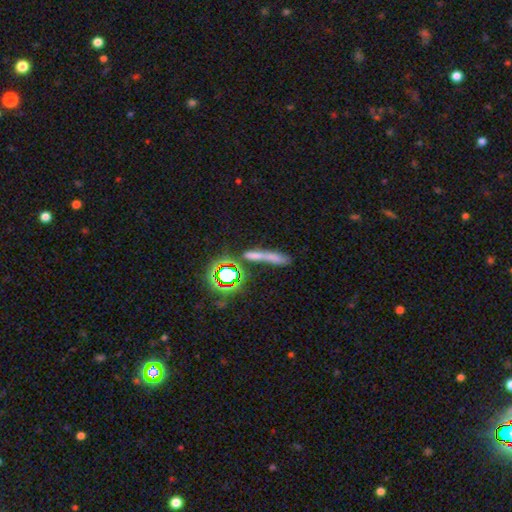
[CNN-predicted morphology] type=smooth (52%); roundness=cigar-shaped (72%); merging=none (50%).